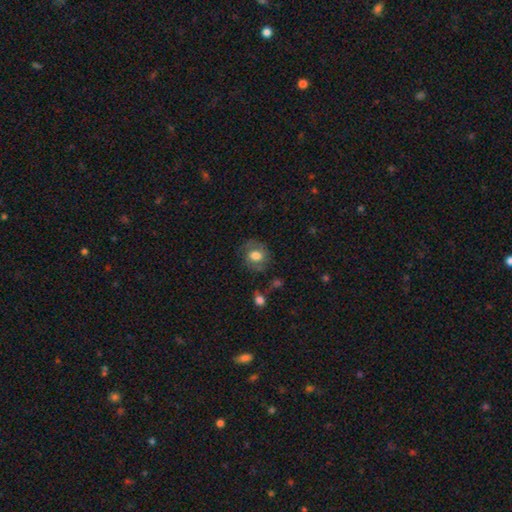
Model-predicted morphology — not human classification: Smooth or featured: smooth — 63% (featured or disk — 28%)
How rounded: round — 68% (in between — 31%)
Merging: none — 69% (minor disturbance — 18%)